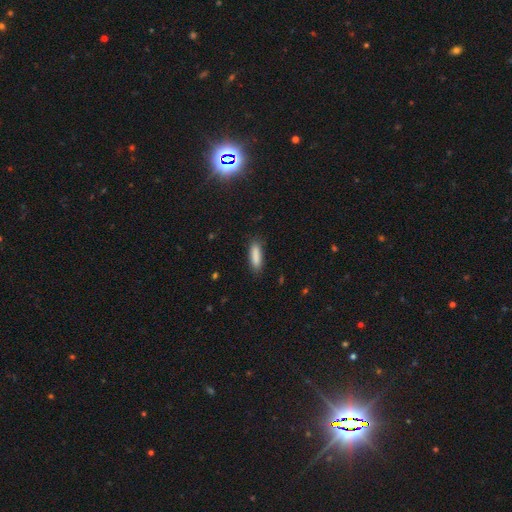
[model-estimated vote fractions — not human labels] A smooth galaxy with no disk features (87%) that is cigar-shaped (58%). Merging: none (84%).